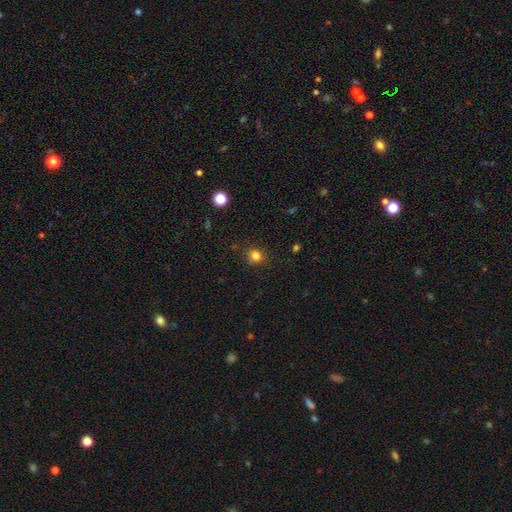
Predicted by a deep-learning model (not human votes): Q: Smooth or featured?
A: smooth (79%); runner-up: star or artifact (15%)
Q: How rounded?
A: round (81%); runner-up: in between (18%)
Q: Merging?
A: none (78%); runner-up: minor disturbance (15%)